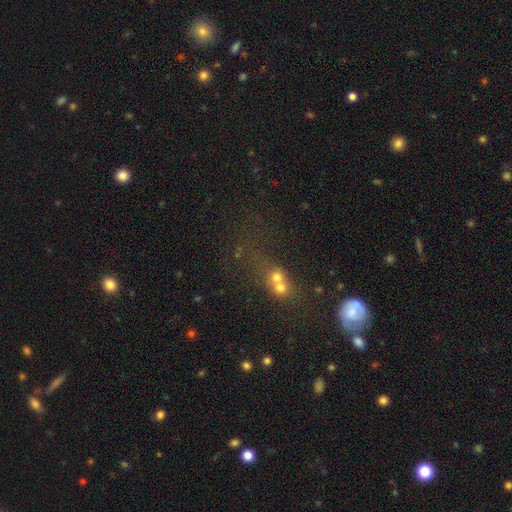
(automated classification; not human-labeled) Q: Smooth or featured?
A: star or artifact (44%); runner-up: smooth (40%)